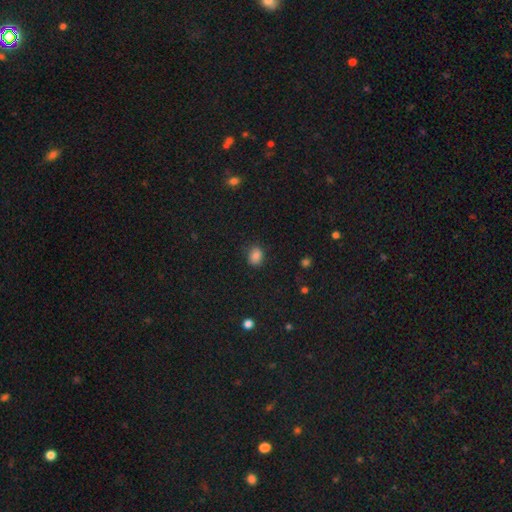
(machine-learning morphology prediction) smooth 83%, star or artifact 12%, featured or disk 5%. Down the decision tree: how rounded — in between (53%); merging — none (81%).